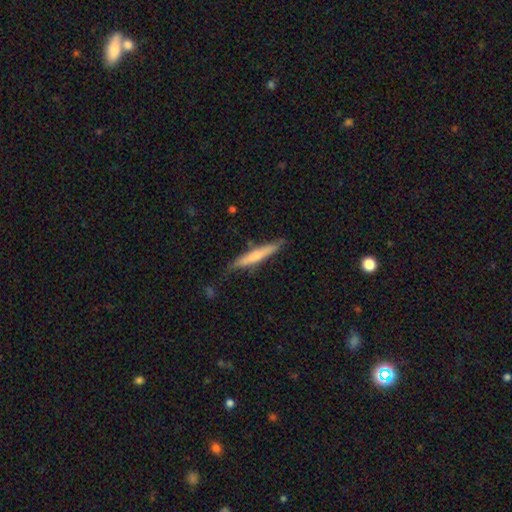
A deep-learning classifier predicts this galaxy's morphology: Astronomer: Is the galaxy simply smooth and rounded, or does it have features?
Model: smooth — 62%.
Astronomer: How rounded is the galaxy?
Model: cigar-shaped — 93%.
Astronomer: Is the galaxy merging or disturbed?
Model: none — 77%.